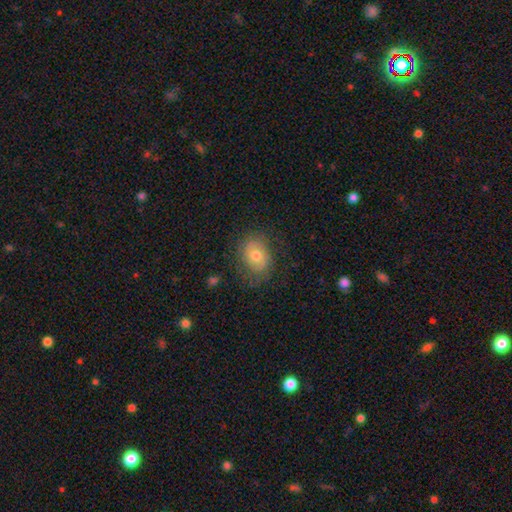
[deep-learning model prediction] Overall: smooth (59%; featured or disk 32%). How rounded: in between (57%; round 42%). Merging: none (73%).